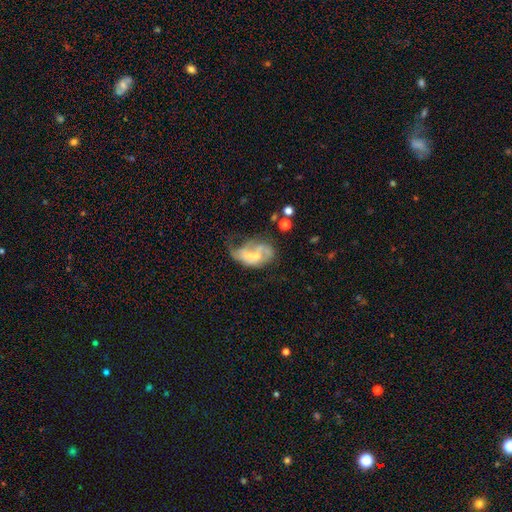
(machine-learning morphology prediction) Overall: featured or disk (59%; smooth 30%). Edge-on disk: no (97%). Bar: no (71%). Spiral arms: yes (51%; no 49%). Bulge size: small (45%; moderate 28%). Merging: major disturbance (31%; none 24%).